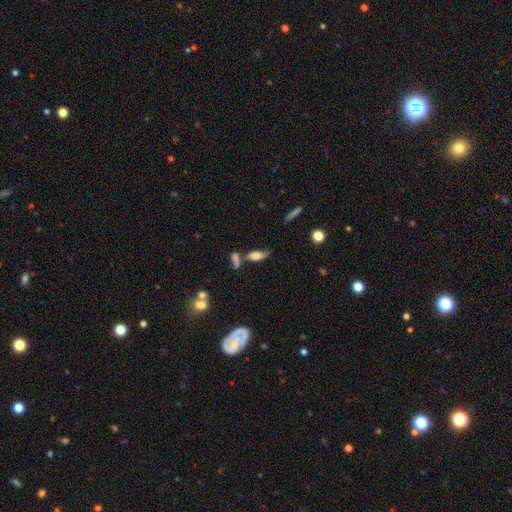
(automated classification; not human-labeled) Smooth or featured? smooth (63%)
How rounded? in between (70%)
Merging? none (45%)